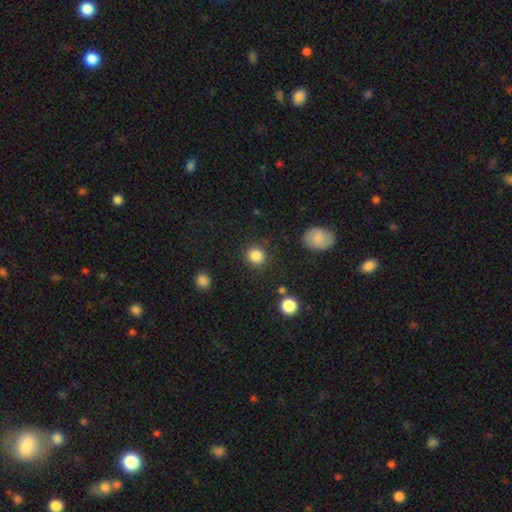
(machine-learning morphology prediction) Smooth or featured?
  - smooth: 86% *
  - star or artifact: 10%
  - featured or disk: 4%
How rounded?
  - round: 90% *
  - in between: 9%
  - cigar-shaped: 1%
Merging?
  - none: 88% *
  - minor disturbance: 7%
  - major disturbance: 3%
  - merger: 2%